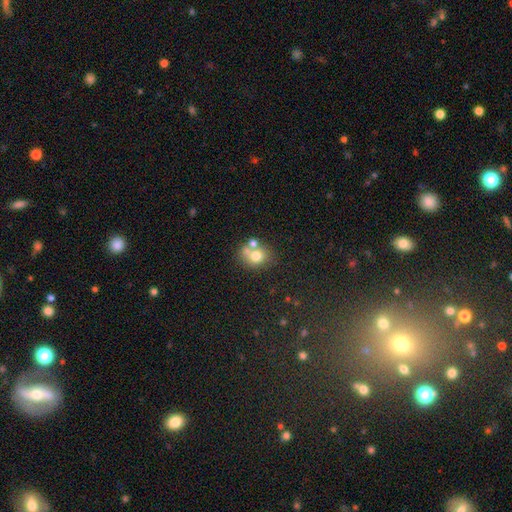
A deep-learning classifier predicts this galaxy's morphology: Smooth or featured?
  - smooth: 69% *
  - featured or disk: 19%
  - star or artifact: 12%
How rounded?
  - round: 66% *
  - in between: 33%
  - cigar-shaped: 1%
Merging?
  - none: 45% *
  - merger: 37%
  - minor disturbance: 12%
  - major disturbance: 6%